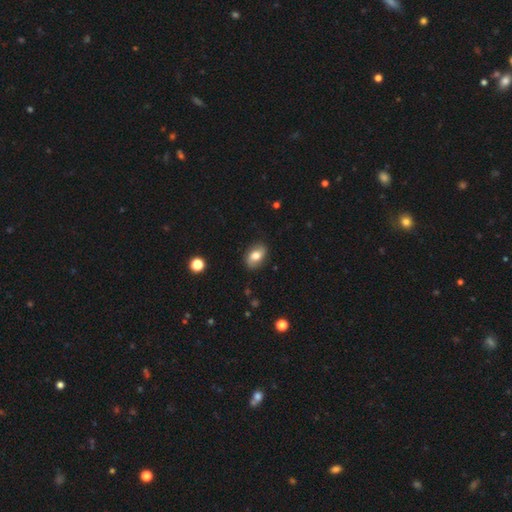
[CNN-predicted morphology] Smooth or featured?
  - smooth: 71% *
  - featured or disk: 21%
  - star or artifact: 8%
How rounded?
  - in between: 85% *
  - round: 13%
  - cigar-shaped: 2%
Merging?
  - none: 83% *
  - minor disturbance: 13%
  - major disturbance: 3%
  - merger: 1%